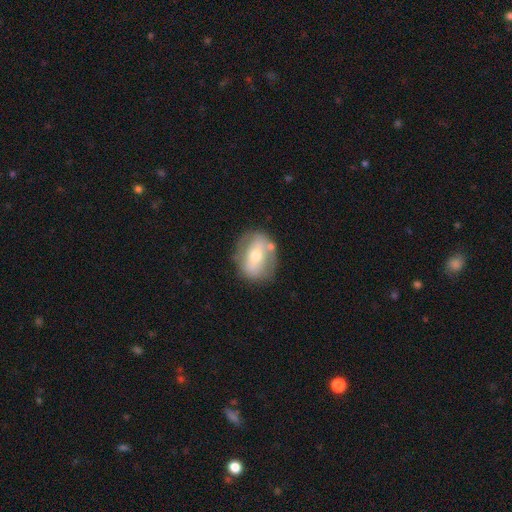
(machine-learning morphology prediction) This appears to be a featured or disk galaxy (53%). Merging: none (70%).